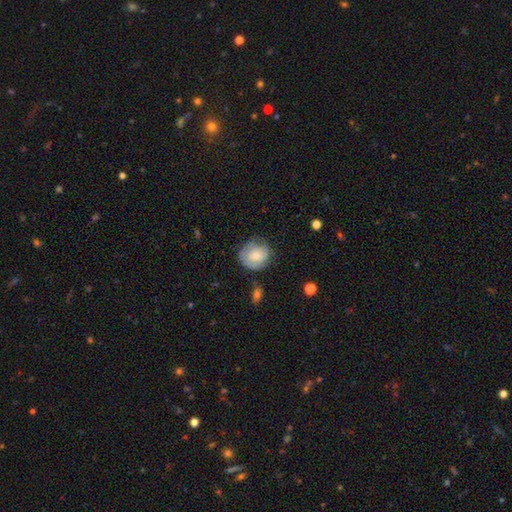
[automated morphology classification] smooth-or-featured: smooth: 56% | featured or disk: 37% | star or artifact: 7%
  how-rounded: round: 78% | in between: 21% | cigar-shaped: 1%
  merging: none: 61% | minor disturbance: 27% | major disturbance: 10% | merger: 2%